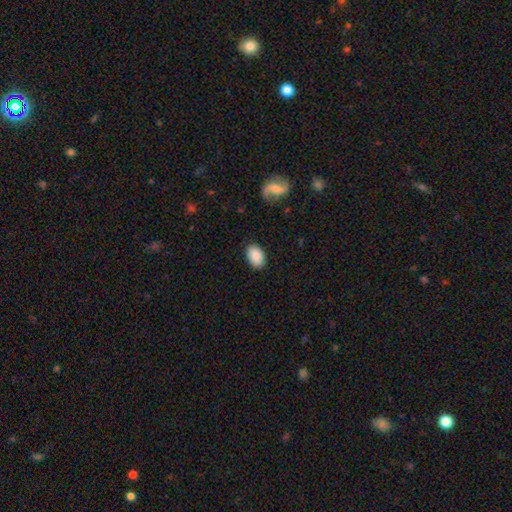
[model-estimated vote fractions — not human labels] smooth_or_featured: smooth (p=0.85) [alt: featured or disk p=0.08]
how_rounded: in between (p=0.87) [alt: round p=0.12]
merging: none (p=0.84) [alt: minor disturbance p=0.12]